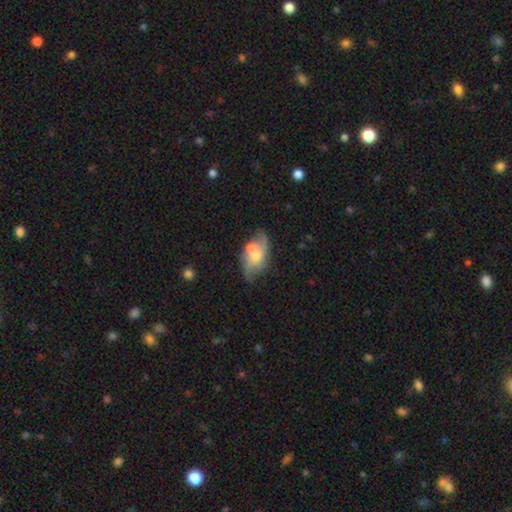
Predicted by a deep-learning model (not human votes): Overall: featured or disk (55%; smooth 37%). Edge-on disk: no (92%). Bar: no (71%). Spiral arms: yes (70%; no 30%). Bulge size: moderate (48%; small 39%). Merging: none (45%; merger 25%).